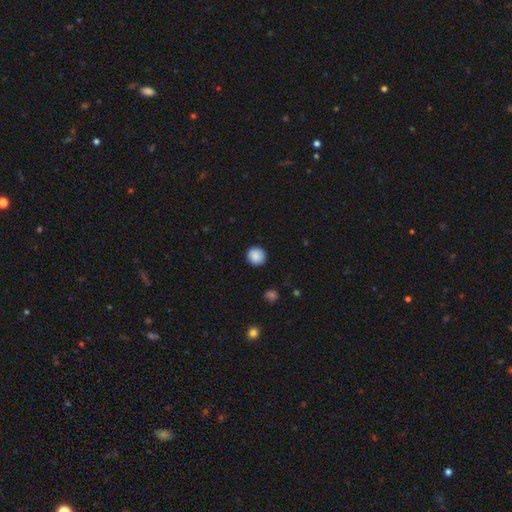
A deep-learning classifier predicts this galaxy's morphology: This appears to be a smooth galaxy with no disk features (89%) that is round (94%). Merging: none (91%).